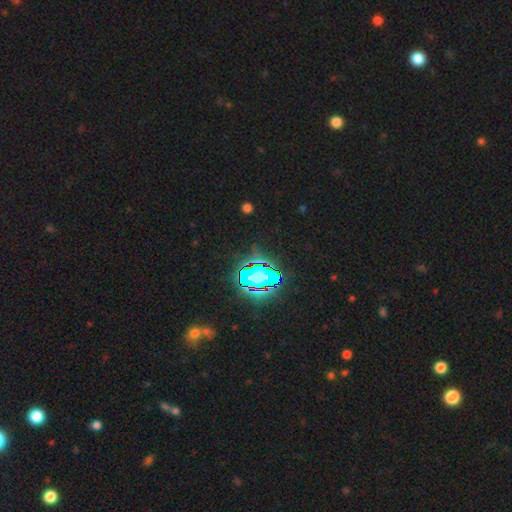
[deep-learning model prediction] star or artifact 84%, smooth 10%, featured or disk 7%.